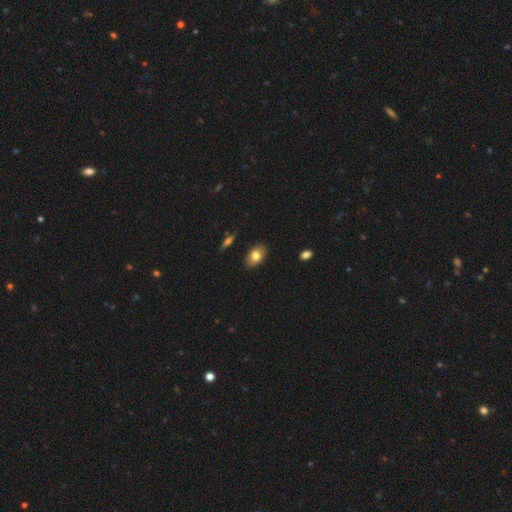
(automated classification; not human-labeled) A smooth galaxy with no disk features (77%) that is in between round and cigar-shaped (87%). Merging: none (86%).